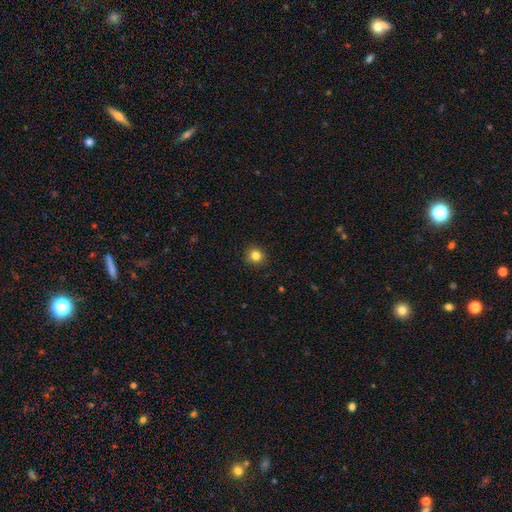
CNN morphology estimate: Overall: smooth (82%). How rounded: round (89%). Merging: none (90%).